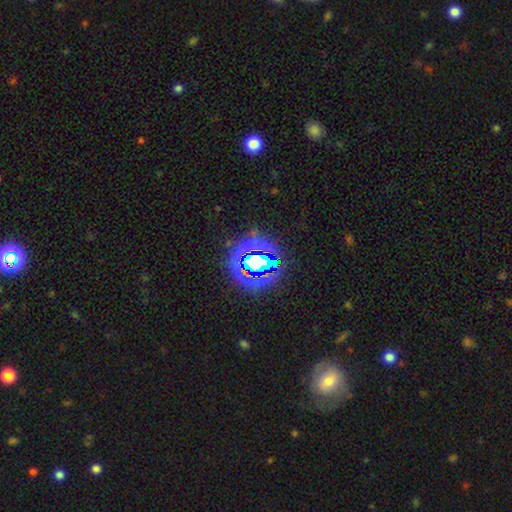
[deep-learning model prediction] smooth_or_featured: star or artifact (p=0.73) [alt: smooth p=0.16]